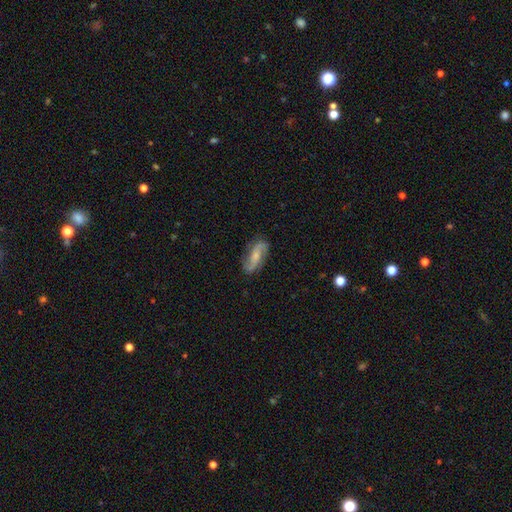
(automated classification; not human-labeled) This is likely a featured or disk galaxy (71%). It is clearly not viewed edge-on (92%). Bar: possibly no (45%). Spiral arm pattern: clearly yes (94%). Spiral arm count: clearly 2 (89%). Spiral winding: possibly loose (48%). Central bulge: marginally small (42%). Merging: likely none (78%).